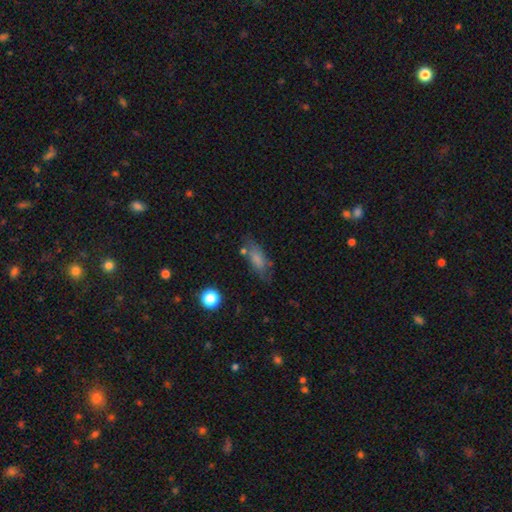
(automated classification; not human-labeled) Overall: smooth (58%; featured or disk 26%). How rounded: in between (66%; cigar-shaped 28%). Merging: none (71%).